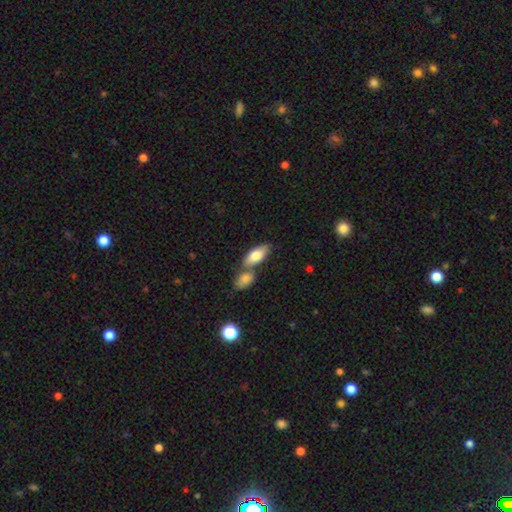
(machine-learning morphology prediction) Smooth or featured? smooth (78%)
How rounded? in between (84%)
Merging? none (45%)